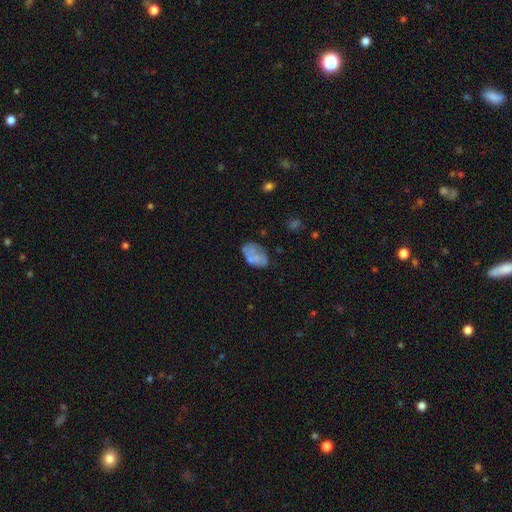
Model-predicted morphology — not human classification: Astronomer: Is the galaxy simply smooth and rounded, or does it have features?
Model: smooth — 52% (runner-up: featured or disk, 36%).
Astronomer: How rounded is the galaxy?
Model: in between — 90%.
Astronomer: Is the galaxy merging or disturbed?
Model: none — 48% (runner-up: minor disturbance, 26%).